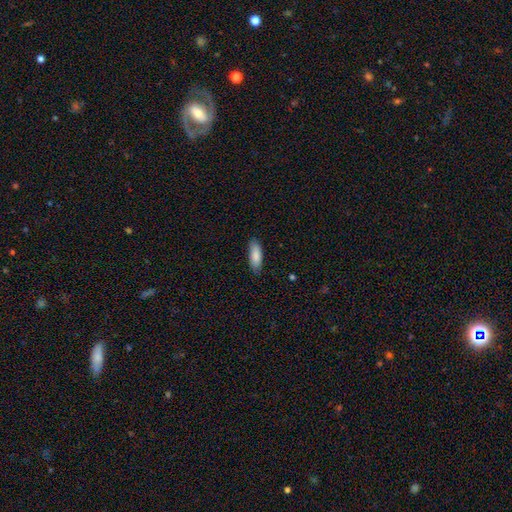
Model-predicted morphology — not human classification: type=smooth (86%); roundness=in between (65%); merging=none (83%).